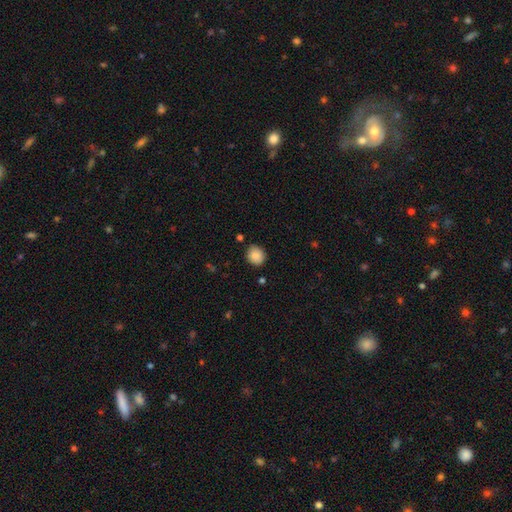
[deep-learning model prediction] Smooth or featured? Predicted: smooth (p=0.88). How rounded? Predicted: round (p=0.69). Merging? Predicted: none (p=0.81).